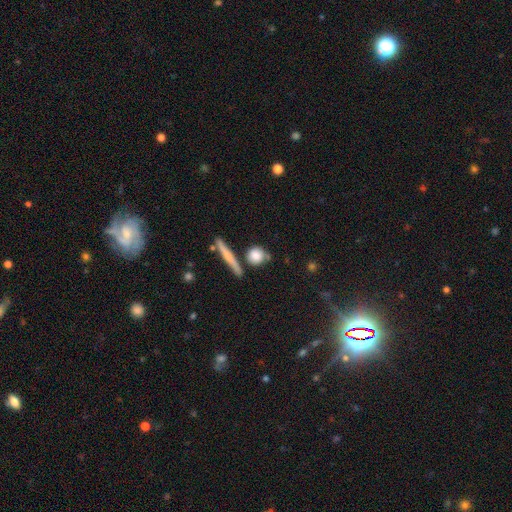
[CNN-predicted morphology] Smooth or featured? Predicted: smooth (p=0.79). How rounded? Predicted: round (p=0.76). Merging? Predicted: none (p=0.69).